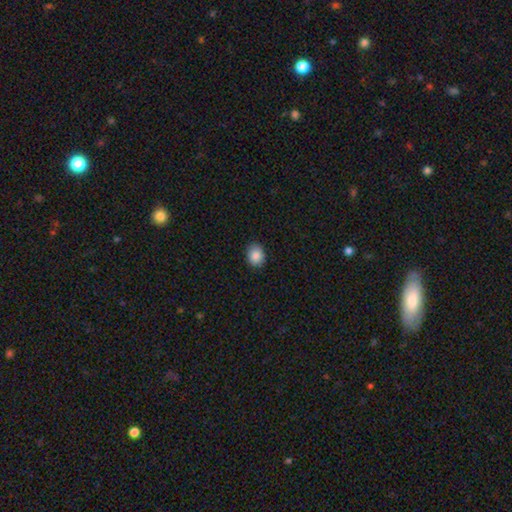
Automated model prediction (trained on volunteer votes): smooth 88%, star or artifact 9%, featured or disk 4%. Down the decision tree: how rounded — round (53%); merging — none (87%).